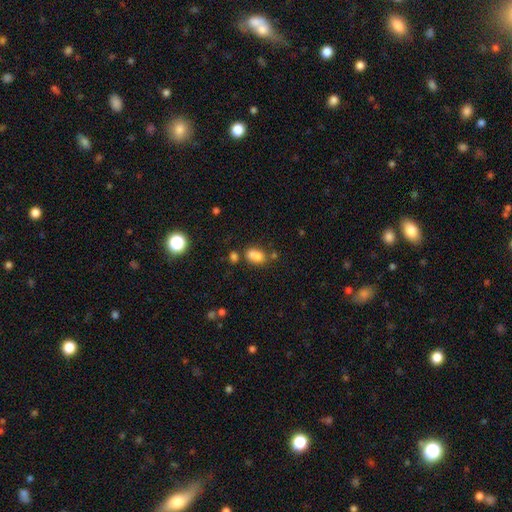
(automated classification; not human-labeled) The model was most divided on "merging": merger: 50%, none: 33%, minor disturbance: 12%, major disturbance: 6%. More confident: smooth or featured — smooth (73%); how rounded — in between (60%).